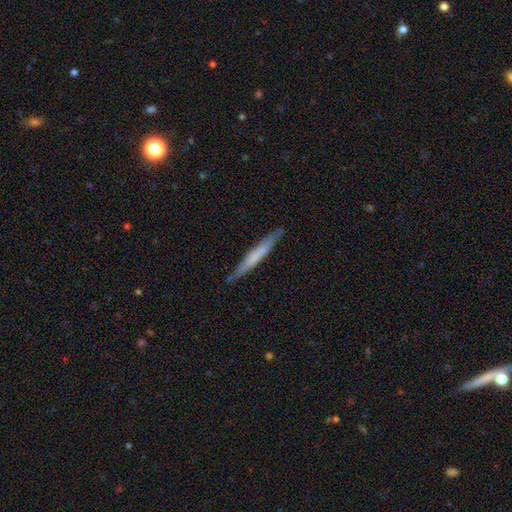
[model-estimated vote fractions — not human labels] This appears to be a smooth galaxy with no disk features (54%) that is cigar-shaped (96%). Merging: none (87%).